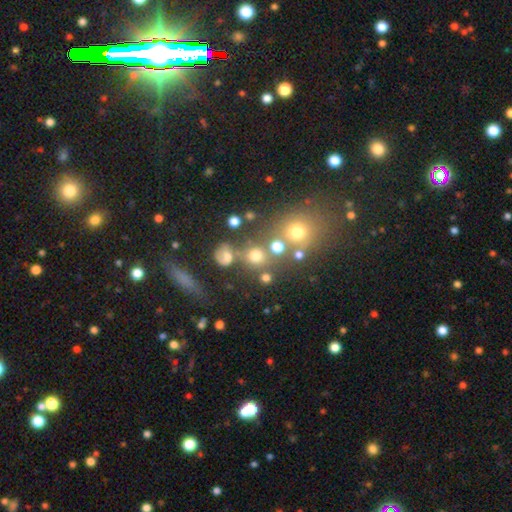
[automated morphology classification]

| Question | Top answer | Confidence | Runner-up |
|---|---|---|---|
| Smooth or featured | smooth | 70% | star or artifact (18%) |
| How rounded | round | 85% | in between (13%) |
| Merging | none | 61% | merger (22%) |